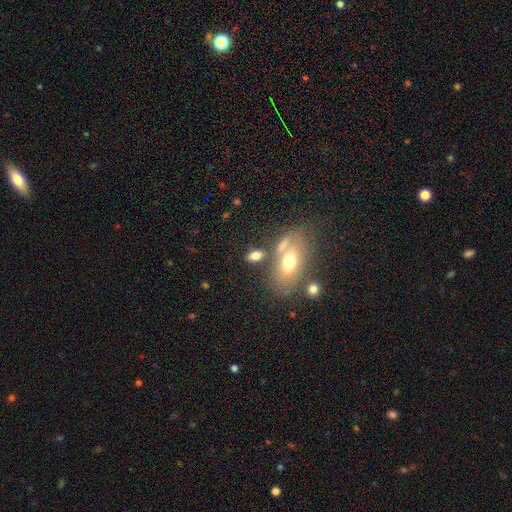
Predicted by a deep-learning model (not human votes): Smooth or featured: smooth — 72% (featured or disk — 18%)
How rounded: in between — 82% (cigar-shaped — 10%)
Merging: none — 62% (merger — 19%)